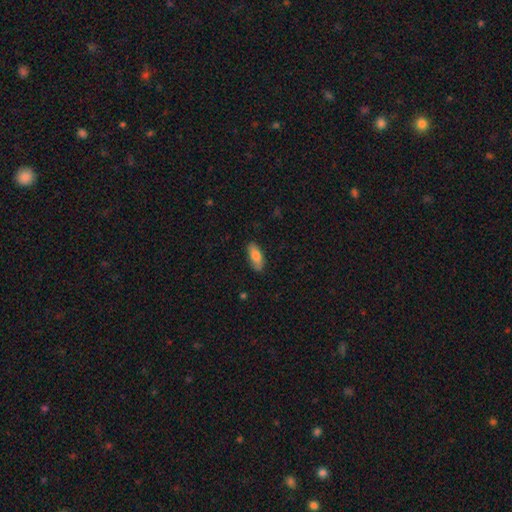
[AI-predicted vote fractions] Morphology: type=smooth (78%); roundness=in between (77%); merging=none (85%).